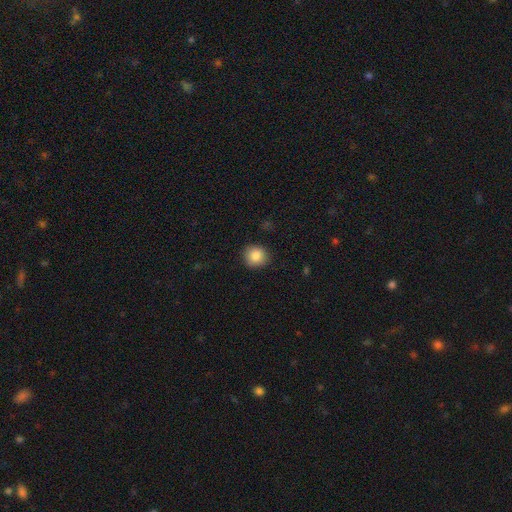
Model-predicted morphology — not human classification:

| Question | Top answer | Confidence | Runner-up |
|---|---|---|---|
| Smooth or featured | smooth | 87% | star or artifact (9%) |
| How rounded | round | 86% | in between (13%) |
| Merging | none | 89% | minor disturbance (8%) |